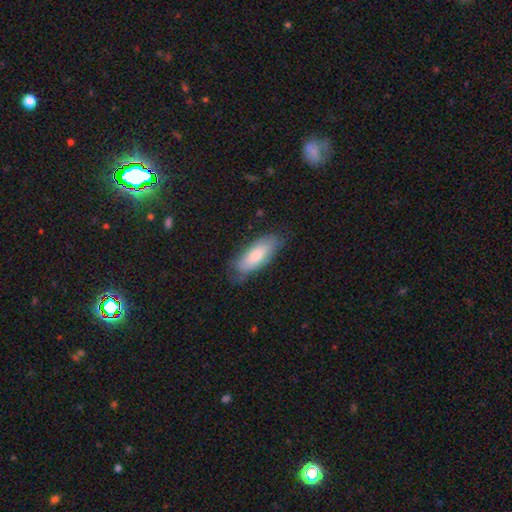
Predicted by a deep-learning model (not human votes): smooth-or-featured: smooth: 73% | featured or disk: 22% | star or artifact: 6%
  how-rounded: in between: 74% | cigar-shaped: 24% | round: 2%
  merging: none: 73% | minor disturbance: 21% | major disturbance: 5% | merger: 1%